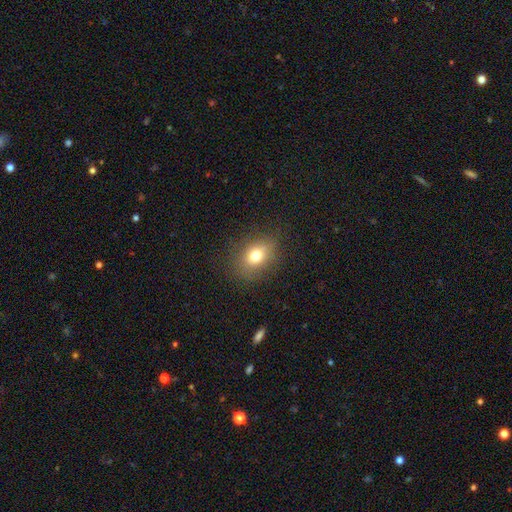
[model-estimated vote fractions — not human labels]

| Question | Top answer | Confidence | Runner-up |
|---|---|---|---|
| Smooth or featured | smooth | 75% | star or artifact (13%) |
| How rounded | in between | 62% | round (37%) |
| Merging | none | 82% | minor disturbance (12%) |